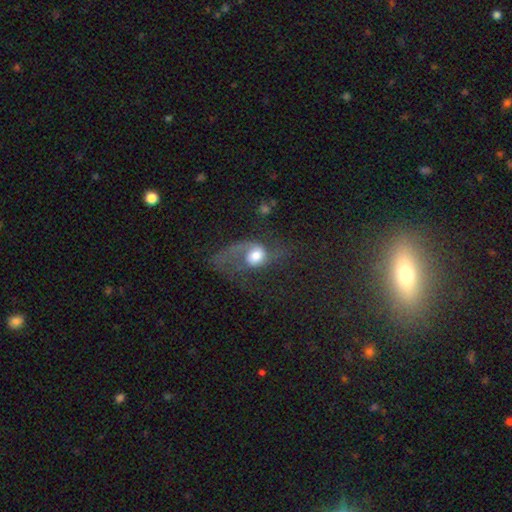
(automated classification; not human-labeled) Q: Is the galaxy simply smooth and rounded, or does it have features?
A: featured or disk — 55%.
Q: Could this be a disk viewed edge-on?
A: no — 96%.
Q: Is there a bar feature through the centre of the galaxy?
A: no — 70%.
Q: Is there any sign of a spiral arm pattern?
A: yes — 77%.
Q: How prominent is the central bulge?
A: moderate — 44%.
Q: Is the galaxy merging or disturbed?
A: major disturbance — 55%.